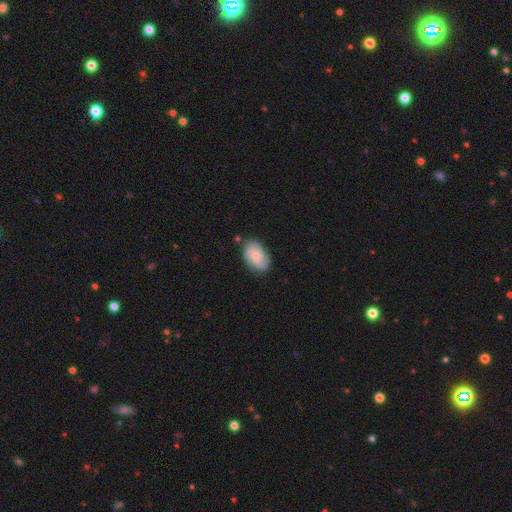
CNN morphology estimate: Smooth or featured? featured or disk (48%)
Merging? none (73%)